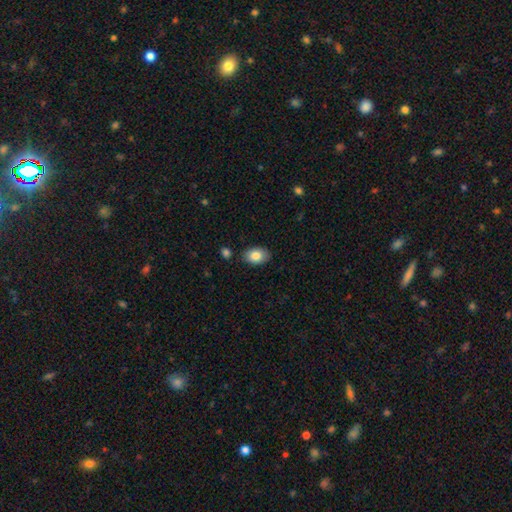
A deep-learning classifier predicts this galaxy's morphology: This appears to be a smooth galaxy with no disk features (83%) that is in between round and cigar-shaped (83%). Merging: none (84%).